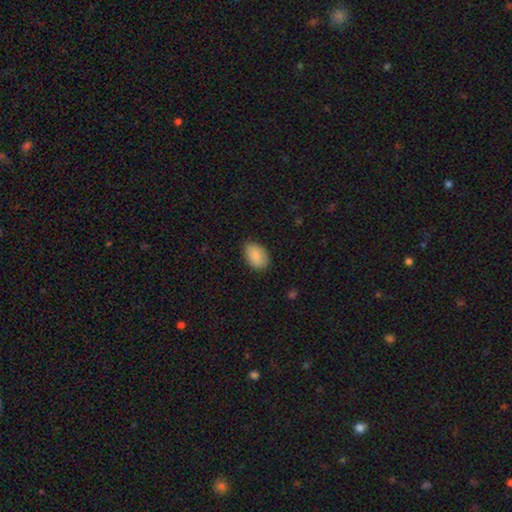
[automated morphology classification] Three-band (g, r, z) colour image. It shows a smooth galaxy with no disk features (88%) that is in between round and cigar-shaped (89%). Merging: none (75%).